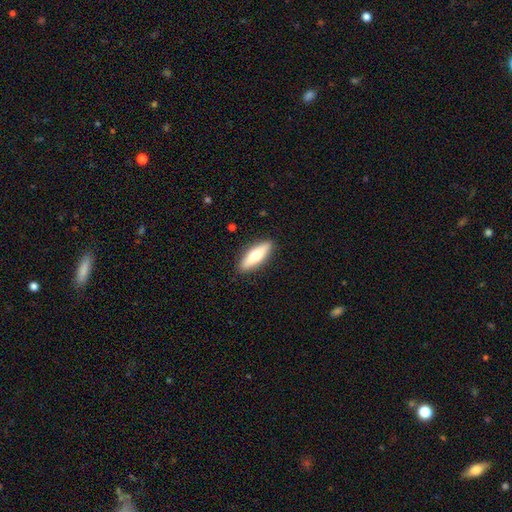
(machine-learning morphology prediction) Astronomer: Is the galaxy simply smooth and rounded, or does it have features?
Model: smooth — 67%.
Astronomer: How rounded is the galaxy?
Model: cigar-shaped — 51% (runner-up: in between, 47%).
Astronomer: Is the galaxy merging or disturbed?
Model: none — 90%.